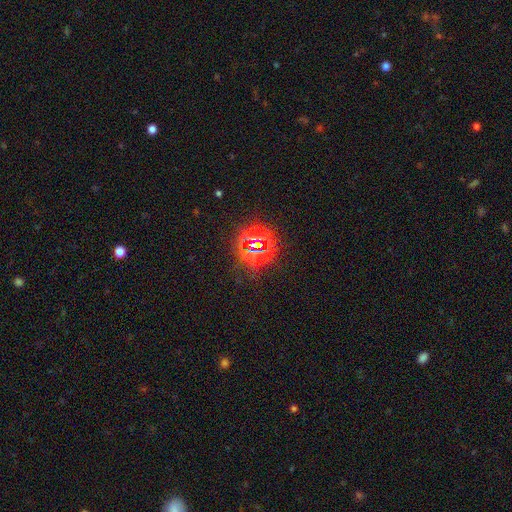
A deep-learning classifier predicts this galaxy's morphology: This appears to be a star or artifact, not a galaxy (79%).